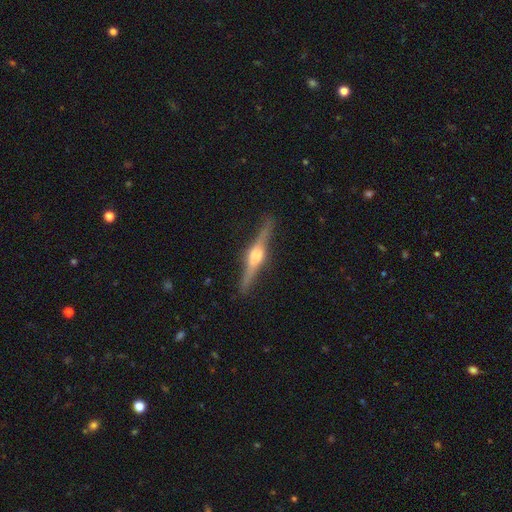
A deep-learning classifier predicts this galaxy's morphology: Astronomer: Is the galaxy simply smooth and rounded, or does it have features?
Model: featured or disk — 83%.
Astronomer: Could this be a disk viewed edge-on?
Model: yes — 98%.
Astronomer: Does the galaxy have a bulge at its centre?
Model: rounded — 90%.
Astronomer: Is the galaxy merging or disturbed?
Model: none — 89%.